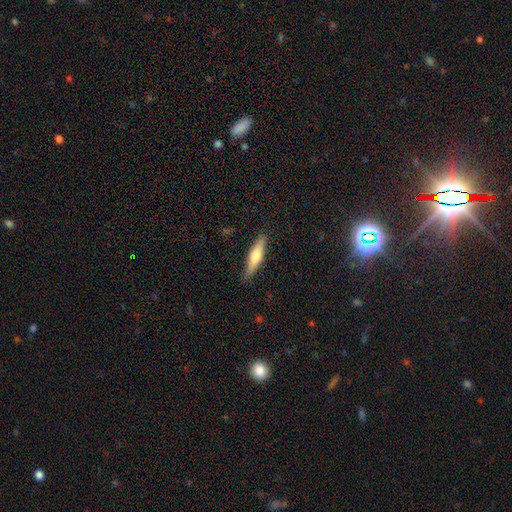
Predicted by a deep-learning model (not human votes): Morphology: type=smooth (50%); roundness=cigar-shaped (78%); merging=none (87%).